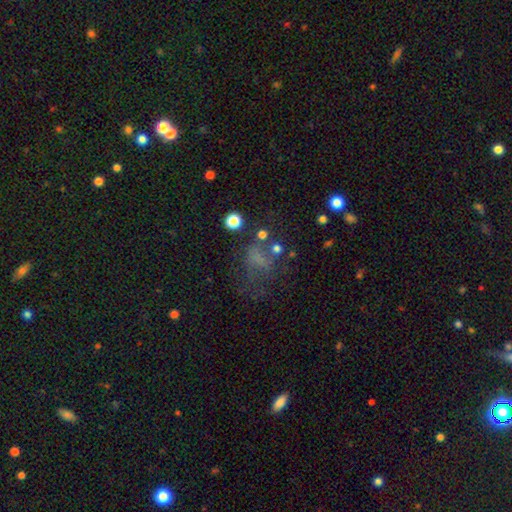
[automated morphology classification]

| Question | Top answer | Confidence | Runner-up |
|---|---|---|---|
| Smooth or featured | smooth | 37% | star or artifact (34%) |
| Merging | none | 43% | major disturbance (31%) |